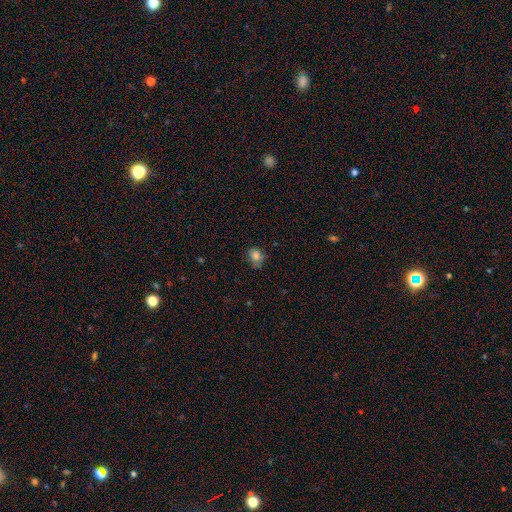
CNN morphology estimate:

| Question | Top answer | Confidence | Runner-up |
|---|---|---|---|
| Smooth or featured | smooth | 80% | star or artifact (12%) |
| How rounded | round | 69% | in between (30%) |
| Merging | none | 69% | minor disturbance (23%) |